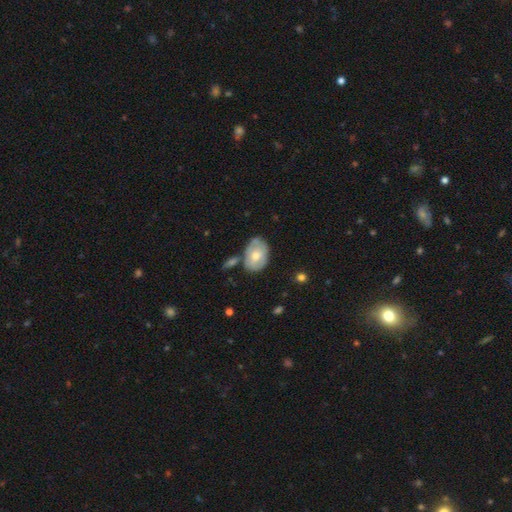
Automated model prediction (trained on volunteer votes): A smooth galaxy with no disk features (54%) that is in between round and cigar-shaped (82%).

Vote fractions:
- Smooth or featured? smooth: 54% / featured or disk: 40% / star or artifact: 6%
- How rounded? in between: 82% / round: 17% / cigar-shaped: 1%
- Merging? none: 56% / minor disturbance: 25% / merger: 13% / major disturbance: 7%